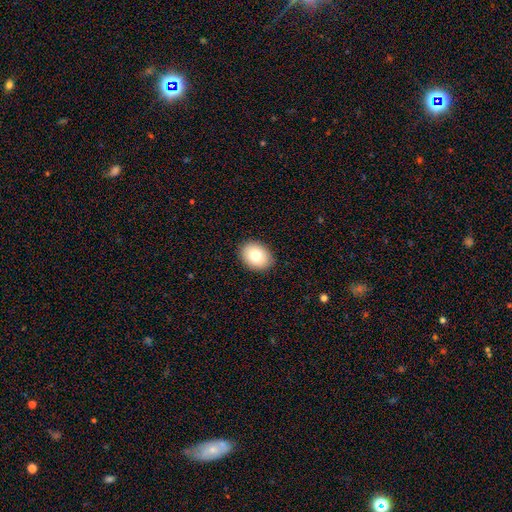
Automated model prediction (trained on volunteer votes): A smooth galaxy with no disk features (79%) that is in between round and cigar-shaped (66%).

Vote fractions:
- Smooth or featured? smooth: 79% / featured or disk: 13% / star or artifact: 8%
- How rounded? in between: 66% / round: 33% / cigar-shaped: 1%
- Merging? none: 90% / minor disturbance: 8% / major disturbance: 2% / merger: 1%